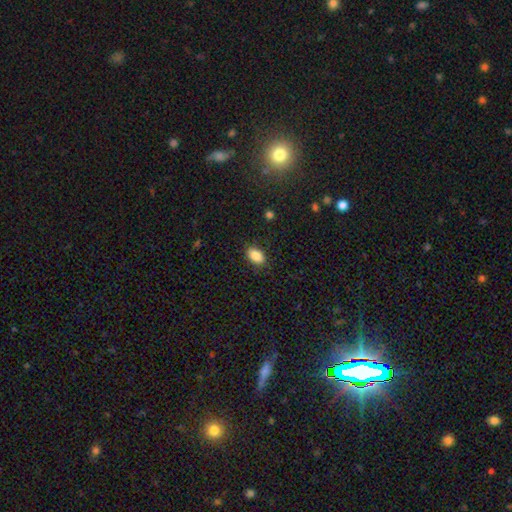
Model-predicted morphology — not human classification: The model was most divided on "merging": none: 84%, minor disturbance: 12%, major disturbance: 3%, merger: 1%. More confident: how rounded — in between (87%); smooth or featured — smooth (87%).